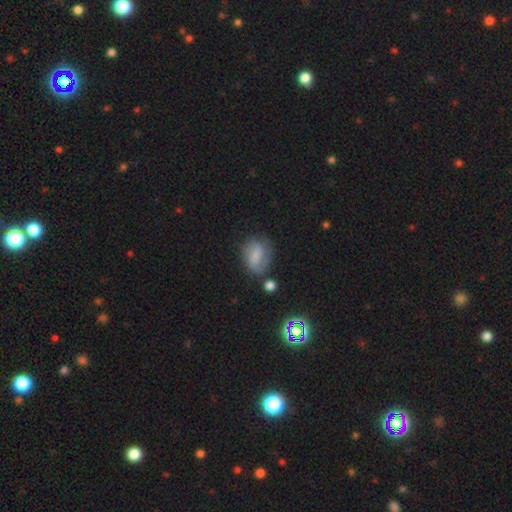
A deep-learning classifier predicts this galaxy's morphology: smooth 47%, featured or disk 43%, star or artifact 10%. Down the decision tree: merging — none (58%).